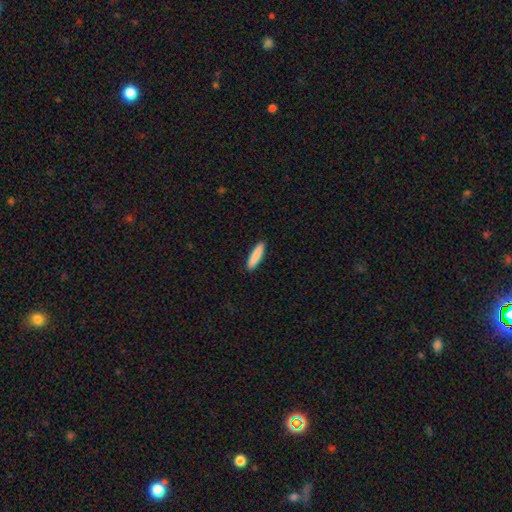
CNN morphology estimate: smooth 87%, featured or disk 7%, star or artifact 6%. Down the decision tree: how rounded — cigar-shaped (85%); merging — none (91%).